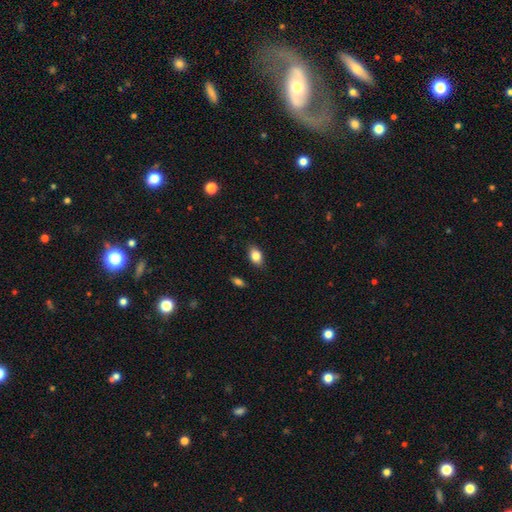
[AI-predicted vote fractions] The model was most divided on "how rounded": in between: 84%, round: 14%, cigar-shaped: 2%. More confident: merging — none (86%); smooth or featured — smooth (84%).